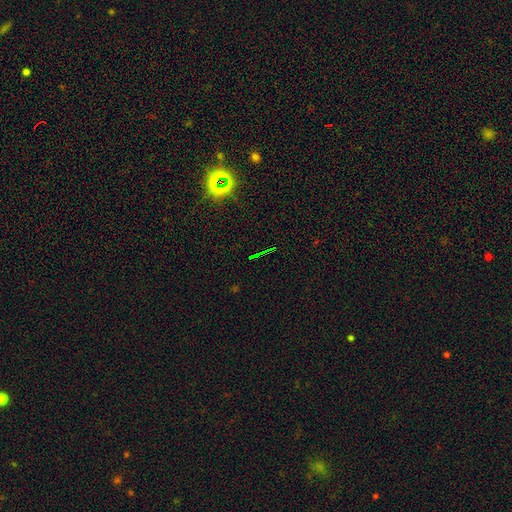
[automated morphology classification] smooth_or_featured: star or artifact (p=0.76) [alt: featured or disk p=0.13]